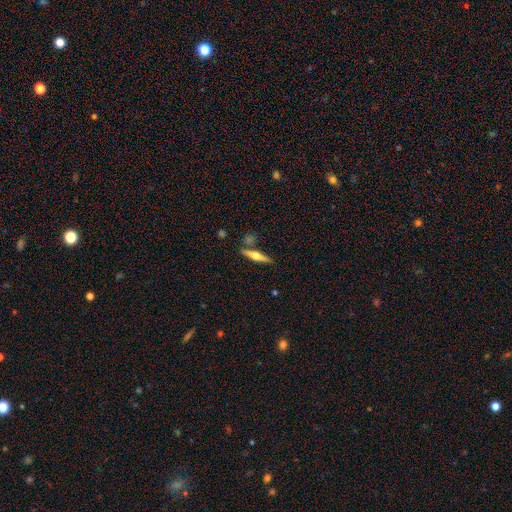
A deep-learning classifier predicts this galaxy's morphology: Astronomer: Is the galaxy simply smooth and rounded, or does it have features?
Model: featured or disk — 61%.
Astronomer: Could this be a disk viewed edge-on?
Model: yes — 96%.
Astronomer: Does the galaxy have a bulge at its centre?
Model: rounded — 93%.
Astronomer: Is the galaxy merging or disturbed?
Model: none — 81%.